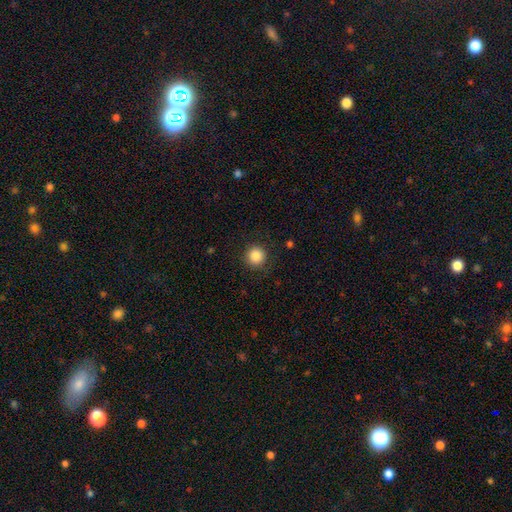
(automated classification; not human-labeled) Smooth or featured? Predicted: smooth (p=0.87). How rounded? Predicted: round (p=0.94). Merging? Predicted: none (p=0.89).